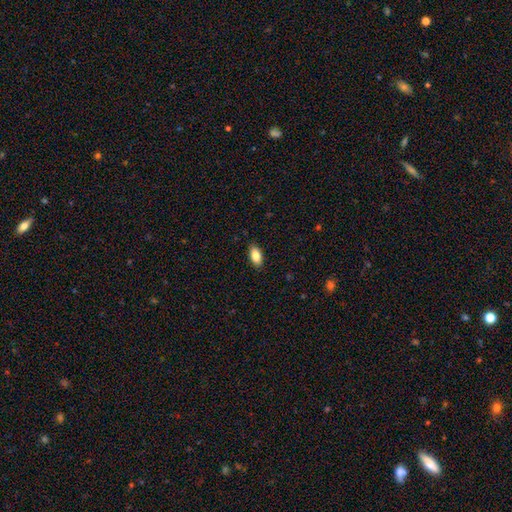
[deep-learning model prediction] A smooth galaxy with no disk features (86%) that is in between round and cigar-shaped (92%).

Vote fractions:
- Smooth or featured? smooth: 86% / star or artifact: 7% / featured or disk: 7%
- How rounded? in between: 92% / cigar-shaped: 4% / round: 3%
- Merging? none: 88% / minor disturbance: 9% / major disturbance: 2% / merger: 1%